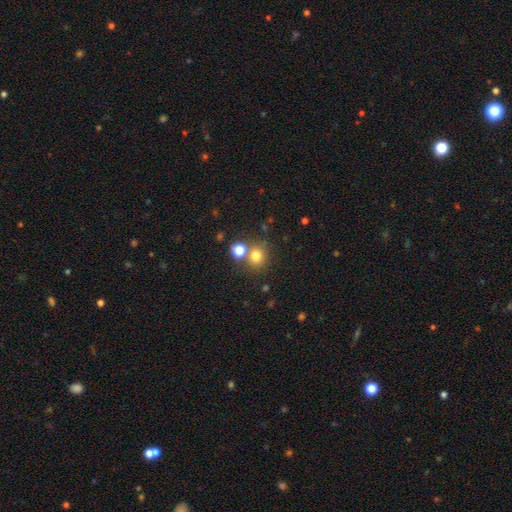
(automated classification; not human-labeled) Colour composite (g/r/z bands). It shows a smooth galaxy with no disk features (75%) that is round (85%). Merging: none (65%).